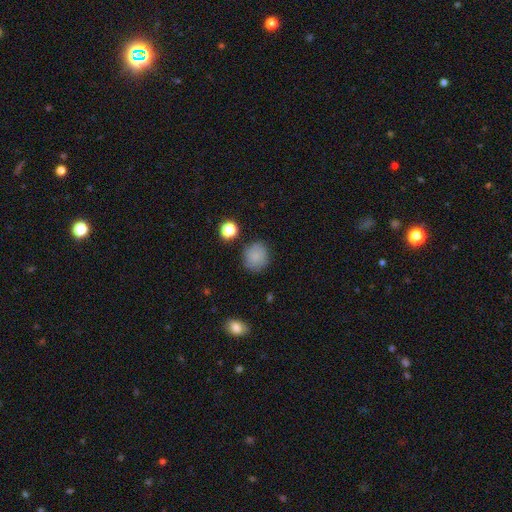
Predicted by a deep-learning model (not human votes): Smooth or featured?
  - smooth: 83% *
  - star or artifact: 10%
  - featured or disk: 7%
How rounded?
  - round: 83% *
  - in between: 16%
  - cigar-shaped: 1%
Merging?
  - none: 81% *
  - minor disturbance: 13%
  - major disturbance: 3%
  - merger: 3%